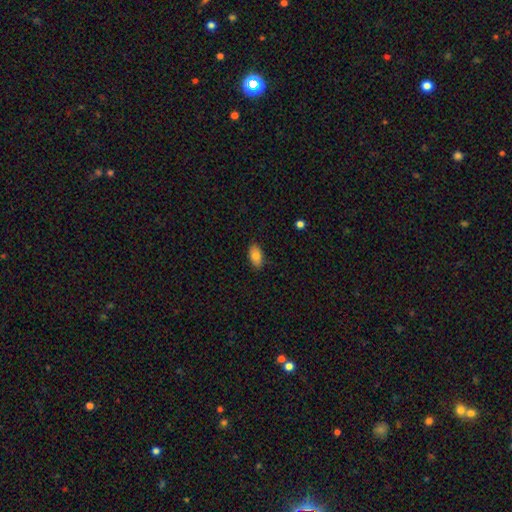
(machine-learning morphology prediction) Smooth or featured? smooth (82%)
How rounded? in between (93%)
Merging? none (87%)